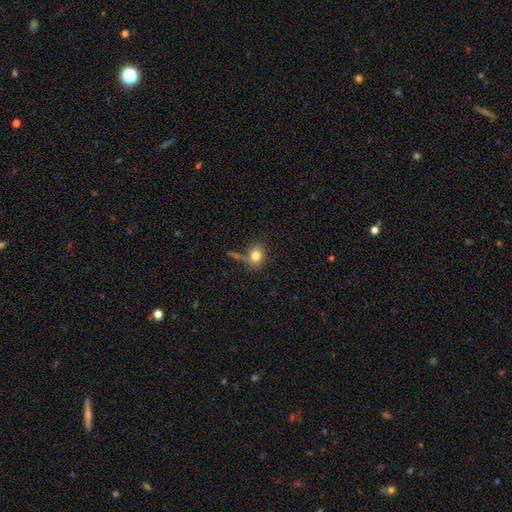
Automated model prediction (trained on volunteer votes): Smooth or featured? Predicted: smooth (p=0.80). How rounded? Predicted: in between (p=0.50). Merging? Predicted: none (p=0.63).